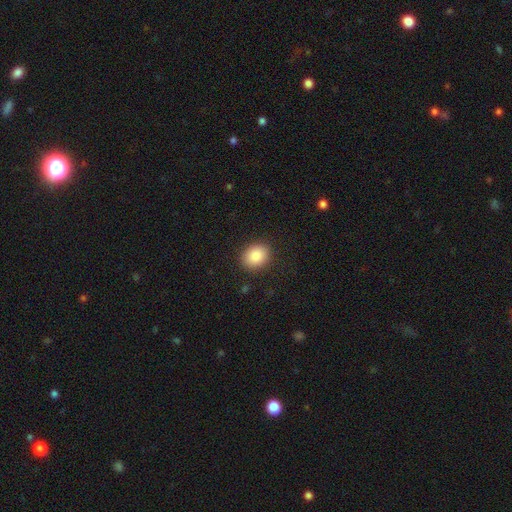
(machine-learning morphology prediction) Smooth or featured: smooth — 88% (star or artifact — 8%)
How rounded: round — 50% (in between — 49%)
Merging: none — 88% (minor disturbance — 8%)